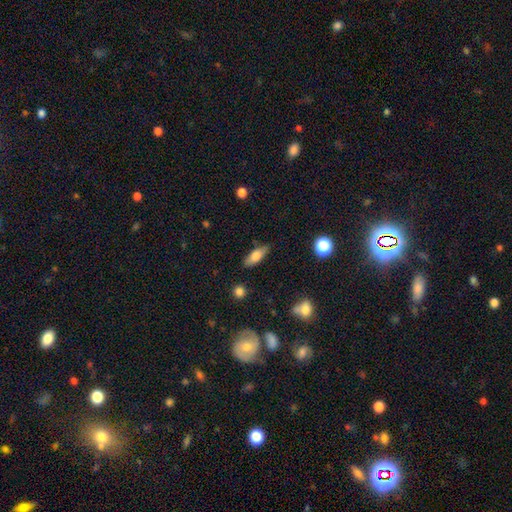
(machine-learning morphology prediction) Smooth or featured? Predicted: smooth (p=0.73). How rounded? Predicted: in between (p=0.70). Merging? Predicted: none (p=0.83).